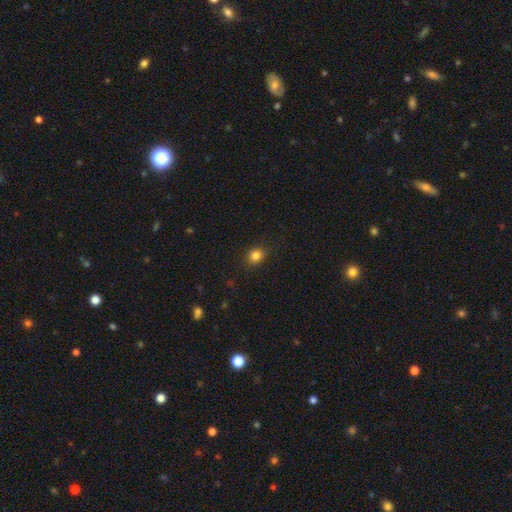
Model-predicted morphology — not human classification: Smooth or featured? Predicted: smooth (p=0.84). How rounded? Predicted: round (p=0.54). Merging? Predicted: none (p=0.88).